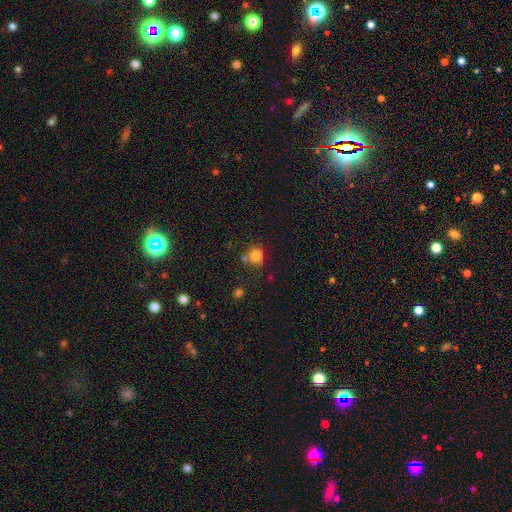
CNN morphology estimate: A smooth galaxy with no disk features (82%) that is round (83%). Merging: none (68%).